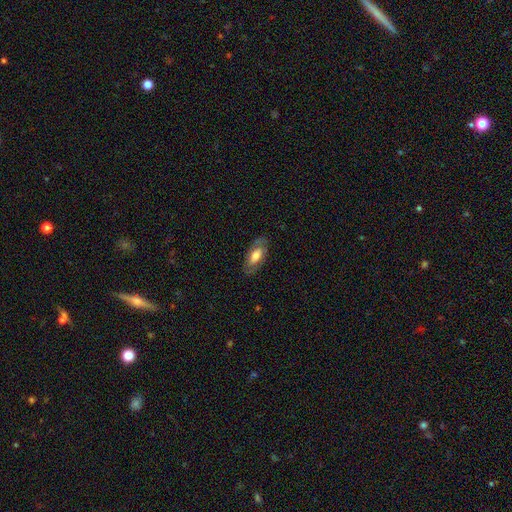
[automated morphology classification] Smooth or featured: smooth — 51% (featured or disk — 43%)
How rounded: in between — 88% (cigar-shaped — 8%)
Merging: none — 80% (minor disturbance — 14%)